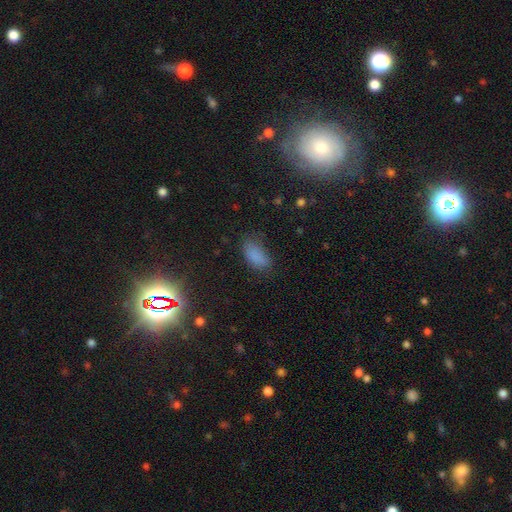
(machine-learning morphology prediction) type=smooth (81%); roundness=in between (91%); merging=none (60%).